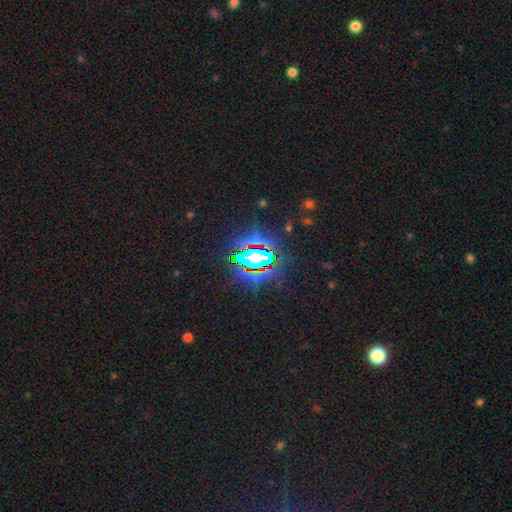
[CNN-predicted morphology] This is clearly a star or artifact rather than a galaxy (84%).